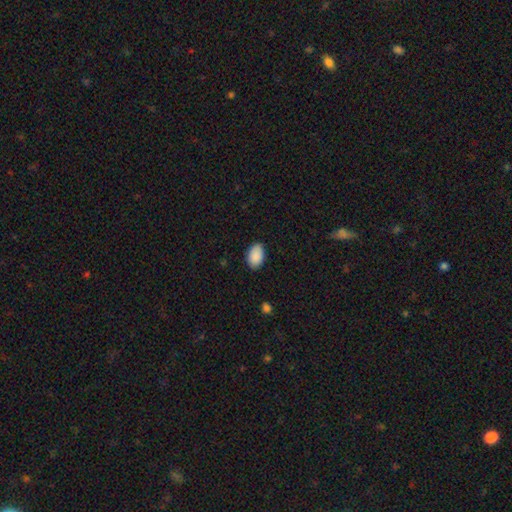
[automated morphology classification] This is clearly a smooth galaxy (90%). How rounded: clearly in between (89%). Merging: clearly none (85%).